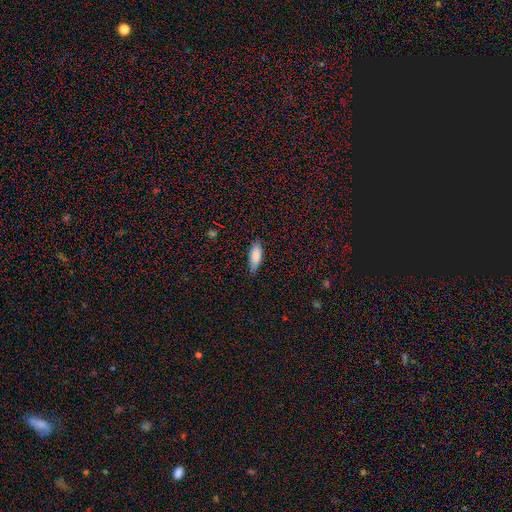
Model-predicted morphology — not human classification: Smooth or featured? smooth (81%)
How rounded? in between (74%)
Merging? none (81%)